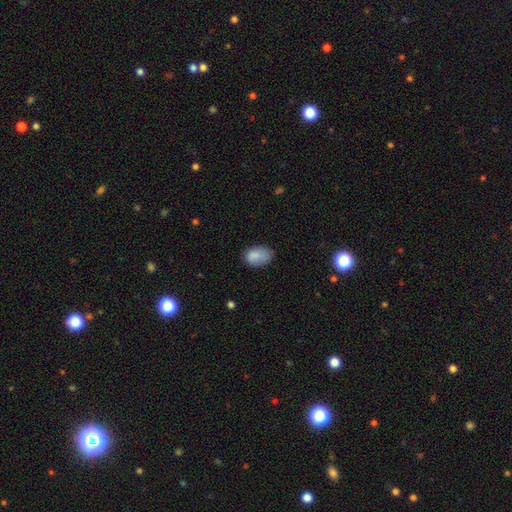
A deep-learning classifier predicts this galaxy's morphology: This appears to be a smooth galaxy with no disk features (85%) that is in between round and cigar-shaped (87%). Merging: none (61%).